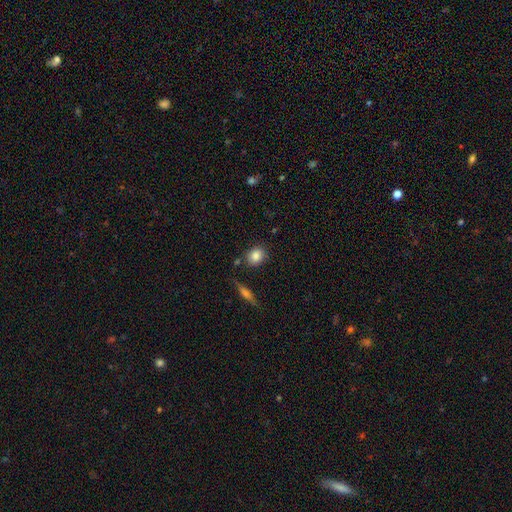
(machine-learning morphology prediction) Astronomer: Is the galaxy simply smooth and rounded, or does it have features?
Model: smooth — 84%.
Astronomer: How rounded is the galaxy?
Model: round — 61% (runner-up: in between, 37%).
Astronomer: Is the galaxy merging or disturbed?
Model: none — 80%.